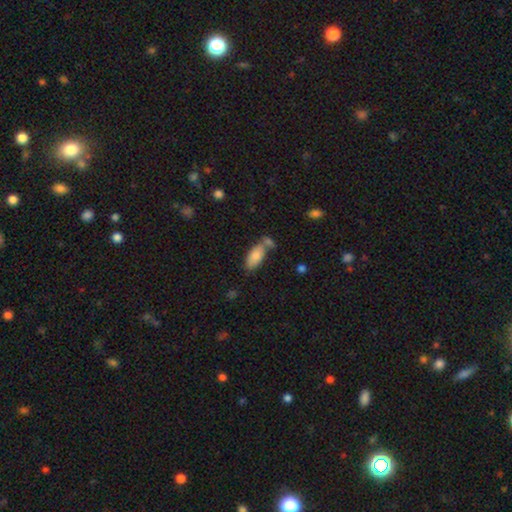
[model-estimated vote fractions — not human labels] A smooth galaxy with no disk features (81%) that is in between round and cigar-shaped (89%).

Vote fractions:
- Smooth or featured? smooth: 81% / featured or disk: 12% / star or artifact: 7%
- How rounded? in between: 89% / cigar-shaped: 9% / round: 2%
- Merging? none: 53% / merger: 25% / minor disturbance: 17% / major disturbance: 5%